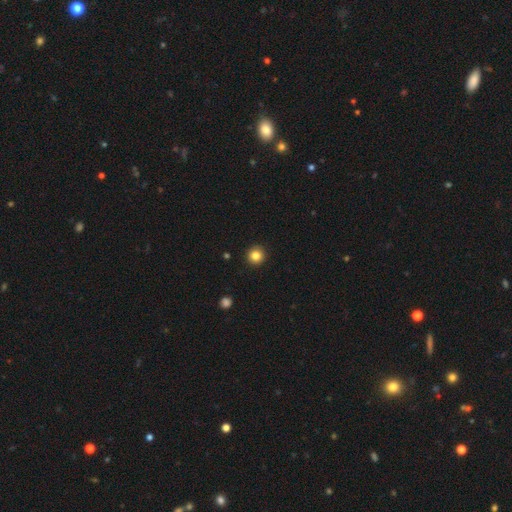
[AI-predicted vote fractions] A smooth galaxy with no disk features (84%) that is round (95%).

Vote fractions:
- Smooth or featured? smooth: 84% / star or artifact: 11% / featured or disk: 5%
- How rounded? round: 95% / in between: 4% / cigar-shaped: 1%
- Merging? none: 93% / minor disturbance: 5% / major disturbance: 2% / merger: 1%